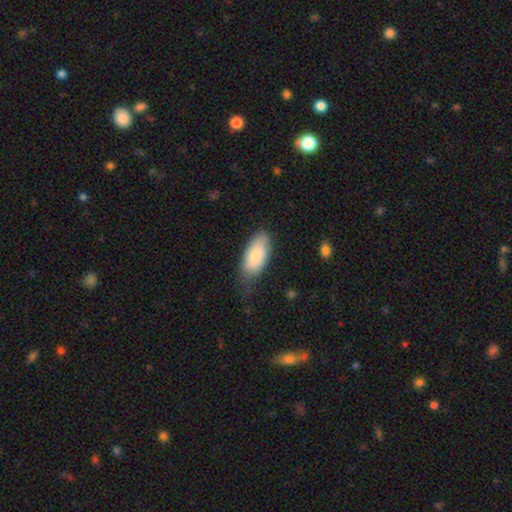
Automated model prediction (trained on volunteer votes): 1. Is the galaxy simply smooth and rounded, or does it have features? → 80% smooth, 14% featured or disk, 6% star or artifact.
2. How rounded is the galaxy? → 92% in between, 6% cigar-shaped, 2% round.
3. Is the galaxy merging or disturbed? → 62% none, 29% minor disturbance, 7% major disturbance, 2% merger.